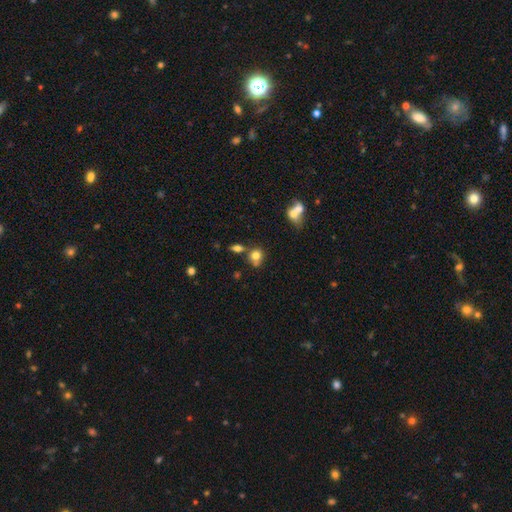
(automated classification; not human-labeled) Overall: smooth (77%). How rounded: round (77%). Merging: none (53%; merger 29%).